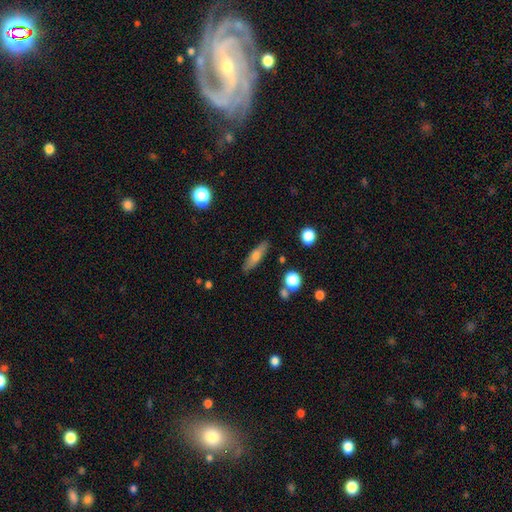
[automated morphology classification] Q: Smooth or featured?
A: smooth (65%); runner-up: featured or disk (27%)
Q: How rounded?
A: cigar-shaped (59%); runner-up: in between (38%)
Q: Merging?
A: none (84%); runner-up: minor disturbance (11%)